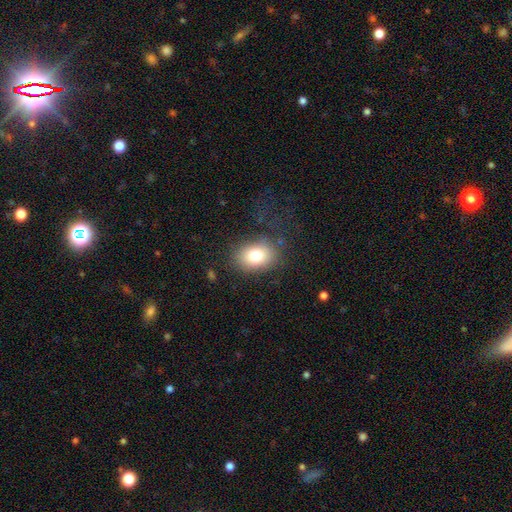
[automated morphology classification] A smooth galaxy with no disk features (78%) that is in between round and cigar-shaped (69%). Merging: none (76%).